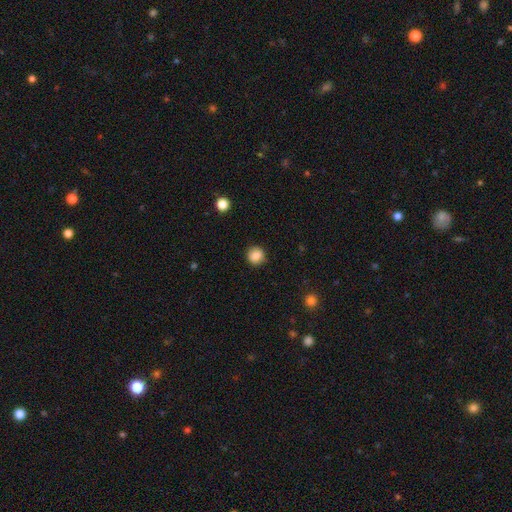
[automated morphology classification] Smooth or featured? smooth (87%)
How rounded? round (91%)
Merging? none (90%)